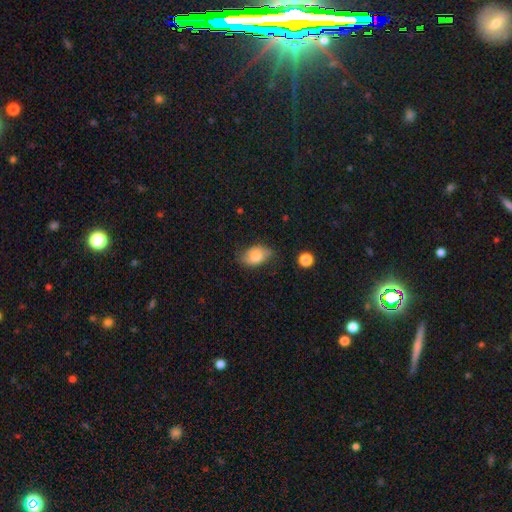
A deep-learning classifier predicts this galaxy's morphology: smooth-or-featured: smooth: 76% | featured or disk: 16% | star or artifact: 8%
  how-rounded: in between: 87% | round: 11% | cigar-shaped: 2%
  merging: none: 68% | minor disturbance: 25% | major disturbance: 6% | merger: 2%